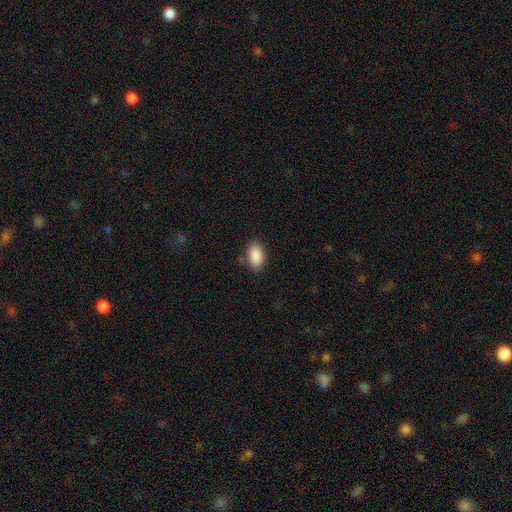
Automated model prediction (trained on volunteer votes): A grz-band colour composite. It shows a smooth galaxy with no disk features (89%) that is in between round and cigar-shaped (92%). Merging: none (82%).